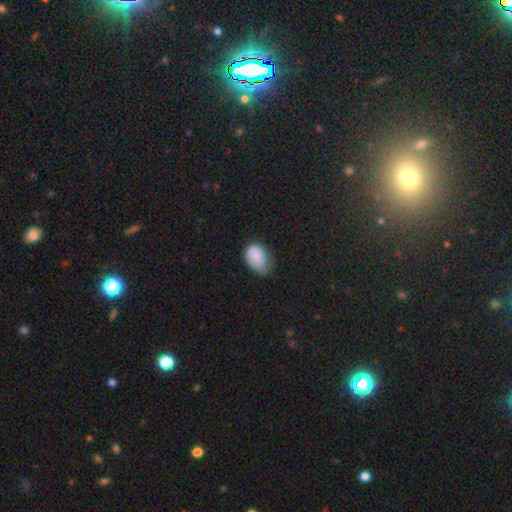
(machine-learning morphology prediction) type=smooth (83%); roundness=in between (84%); merging=none (46%).